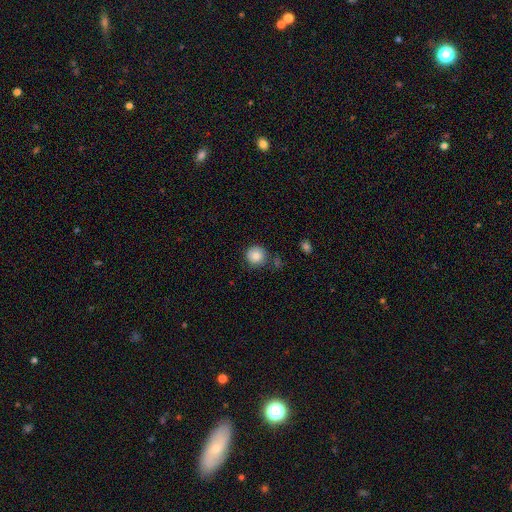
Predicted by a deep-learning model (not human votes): This appears to be a smooth galaxy with no disk features (83%) that is round (93%). Merging: none (78%).